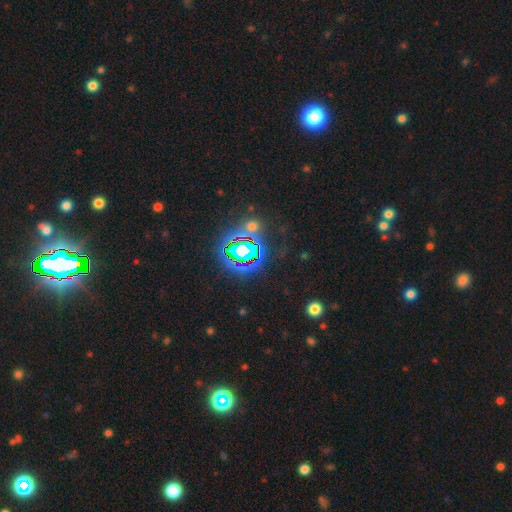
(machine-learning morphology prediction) smooth_or_featured: star or artifact (p=0.77) [alt: smooth p=0.13]